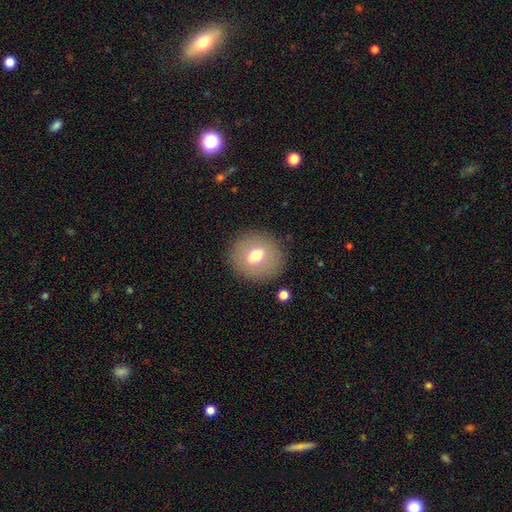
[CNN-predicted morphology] smooth_or_featured: smooth (p=0.64) [alt: featured or disk p=0.27]
how_rounded: round (p=0.80) [alt: in between p=0.19]
merging: none (p=0.87) [alt: minor disturbance p=0.08]